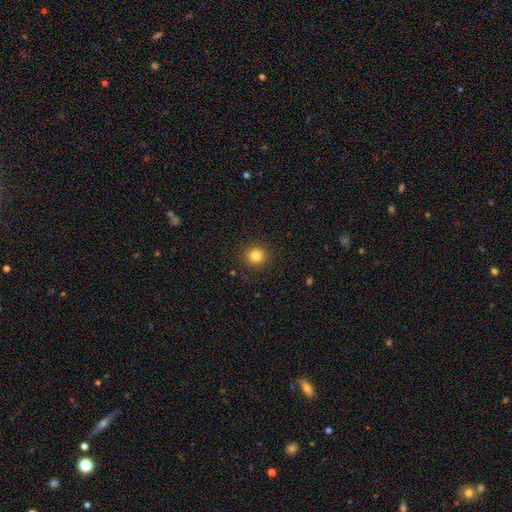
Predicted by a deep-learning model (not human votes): Smooth or featured?
  - smooth: 82% *
  - star or artifact: 12%
  - featured or disk: 6%
How rounded?
  - round: 91% *
  - in between: 8%
  - cigar-shaped: 1%
Merging?
  - none: 90% *
  - minor disturbance: 7%
  - major disturbance: 2%
  - merger: 1%